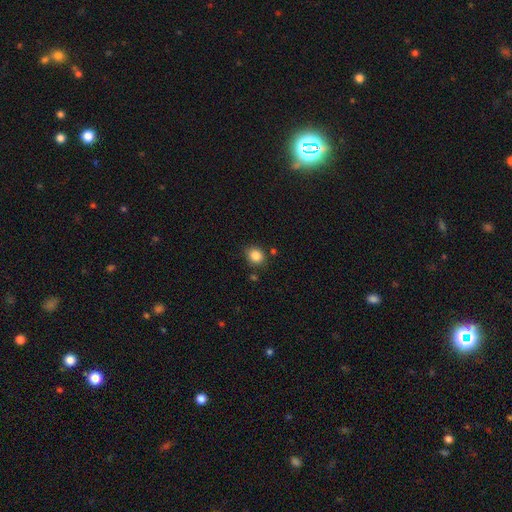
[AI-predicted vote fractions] Overall: smooth (85%). How rounded: round (71%). Merging: none (81%).